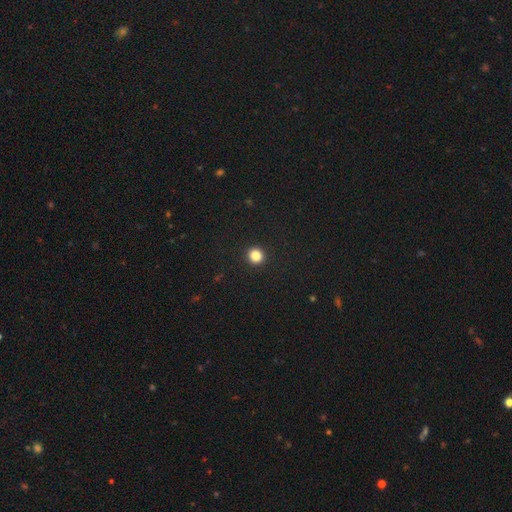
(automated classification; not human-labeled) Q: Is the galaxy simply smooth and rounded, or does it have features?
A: smooth — 84%.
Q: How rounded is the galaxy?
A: round — 93%.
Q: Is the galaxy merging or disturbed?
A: none — 93%.